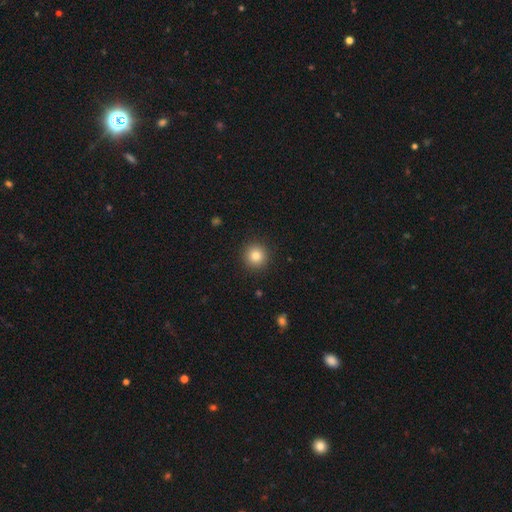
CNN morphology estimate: Smooth or featured?
  - smooth: 82% *
  - star or artifact: 11%
  - featured or disk: 7%
How rounded?
  - round: 94% *
  - in between: 5%
  - cigar-shaped: 1%
Merging?
  - none: 91% *
  - minor disturbance: 6%
  - major disturbance: 2%
  - merger: 1%